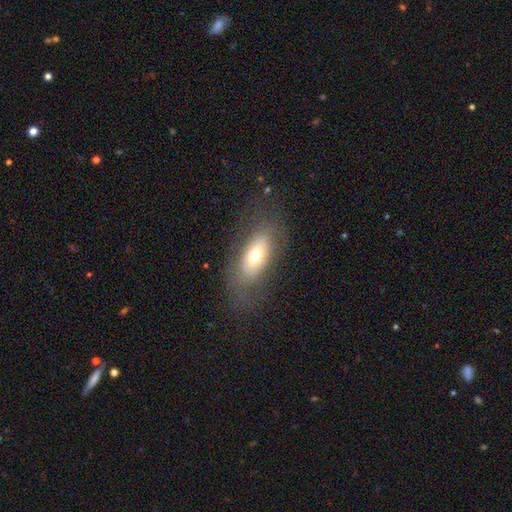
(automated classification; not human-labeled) Q: Smooth or featured?
A: smooth (61%); runner-up: featured or disk (30%)
Q: How rounded?
A: in between (85%); runner-up: cigar-shaped (9%)
Q: Merging?
A: none (72%); runner-up: minor disturbance (16%)